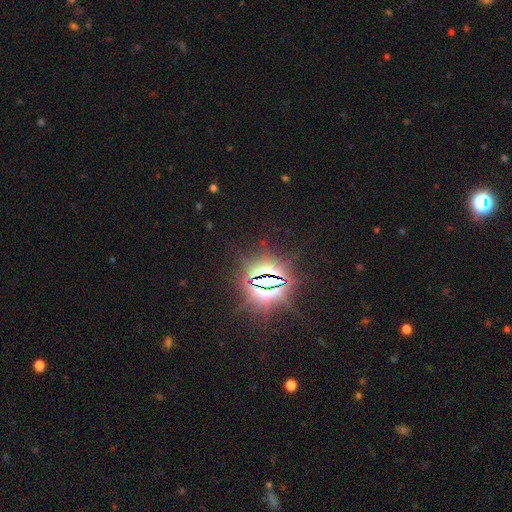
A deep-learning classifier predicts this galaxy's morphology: type=star or artifact (85%).